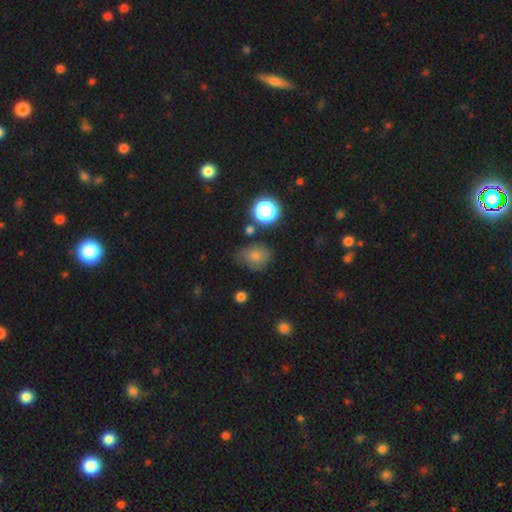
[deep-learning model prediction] Q: Smooth or featured?
A: smooth (72%); runner-up: star or artifact (16%)
Q: How rounded?
A: round (55%); runner-up: in between (44%)
Q: Merging?
A: none (59%); runner-up: minor disturbance (29%)